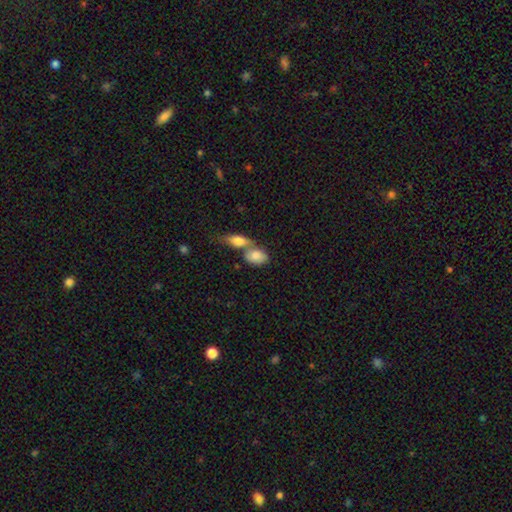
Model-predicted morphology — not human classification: smooth 82%, featured or disk 12%, star or artifact 6%. Down the decision tree: how rounded — in between (84%); merging — merger (61%).